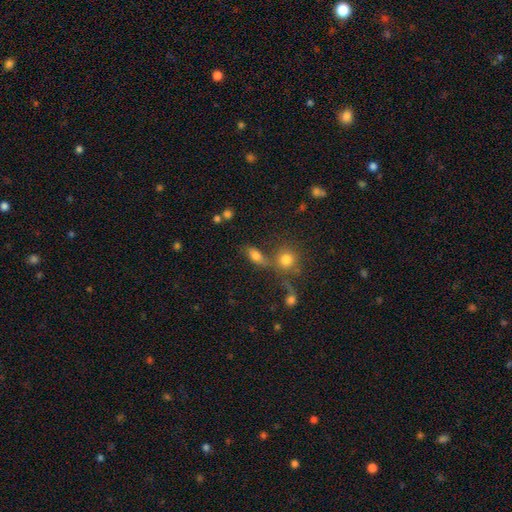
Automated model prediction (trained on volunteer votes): Q: Smooth or featured?
A: smooth (74%); runner-up: featured or disk (13%)
Q: How rounded?
A: in between (74%); runner-up: round (14%)
Q: Merging?
A: none (54%); runner-up: merger (24%)